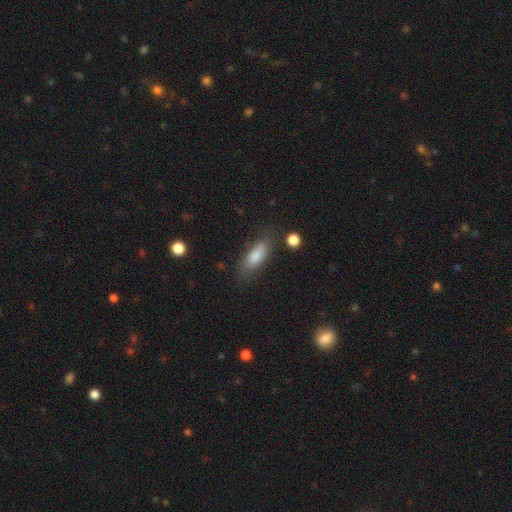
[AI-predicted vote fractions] Smooth or featured?
  - smooth: 76% *
  - featured or disk: 16%
  - star or artifact: 8%
How rounded?
  - in between: 64% *
  - cigar-shaped: 33%
  - round: 3%
Merging?
  - none: 78% *
  - minor disturbance: 15%
  - major disturbance: 4%
  - merger: 3%